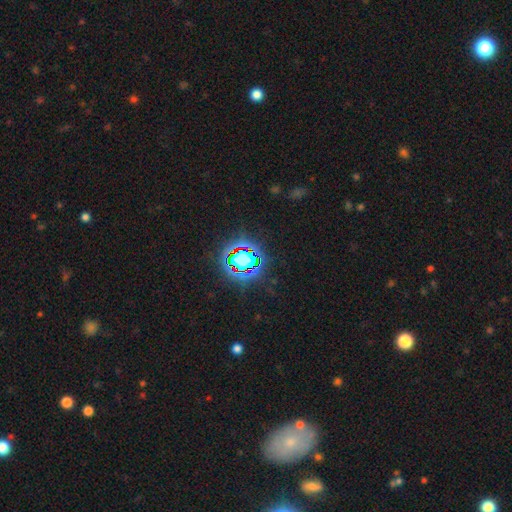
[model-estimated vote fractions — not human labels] smooth-or-featured: star or artifact: 79% | smooth: 11% | featured or disk: 9%